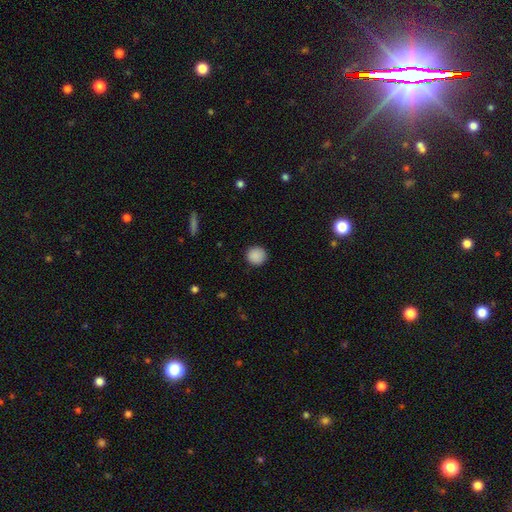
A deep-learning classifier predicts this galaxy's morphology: smooth-or-featured: smooth: 89% | star or artifact: 8% | featured or disk: 3%
  how-rounded: round: 93% | in between: 6% | cigar-shaped: 1%
  merging: none: 91% | minor disturbance: 6% | major disturbance: 2% | merger: 1%